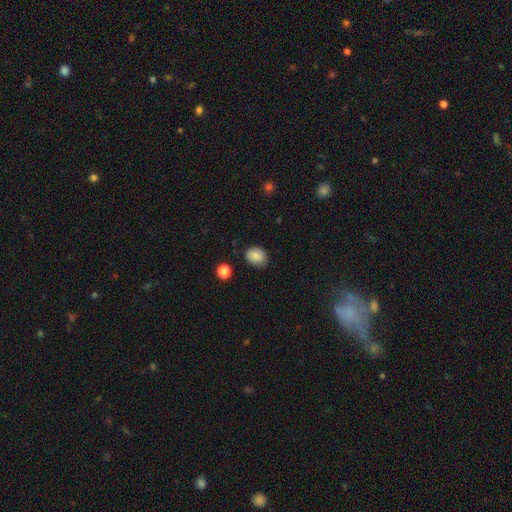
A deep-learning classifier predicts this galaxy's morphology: smooth-or-featured: smooth: 86% | star or artifact: 9% | featured or disk: 5%
  how-rounded: in between: 54% | round: 45% | cigar-shaped: 1%
  merging: none: 79% | minor disturbance: 17% | major disturbance: 3% | merger: 2%